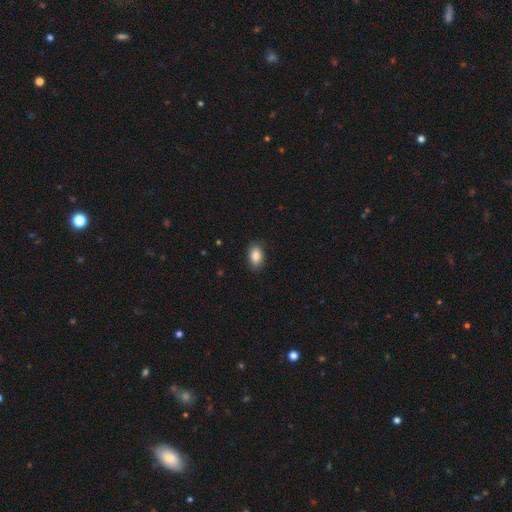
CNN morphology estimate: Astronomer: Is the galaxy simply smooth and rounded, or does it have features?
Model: smooth — 87%.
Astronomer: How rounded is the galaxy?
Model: in between — 88%.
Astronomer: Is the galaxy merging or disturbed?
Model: none — 85%.